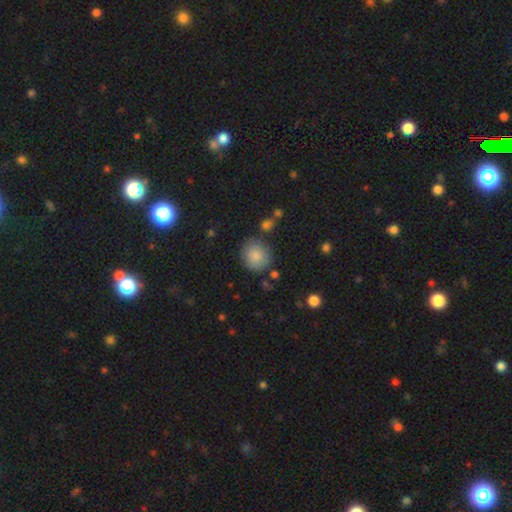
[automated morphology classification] Smooth or featured? smooth (85%)
How rounded? round (87%)
Merging? none (79%)